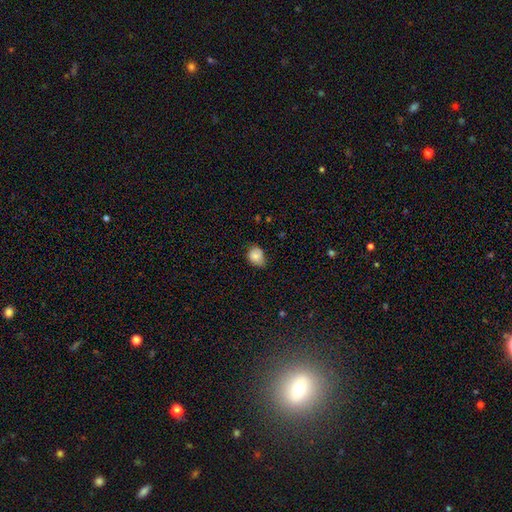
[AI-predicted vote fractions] Smooth or featured? smooth (79%)
How rounded? in between (52%)
Merging? none (59%)